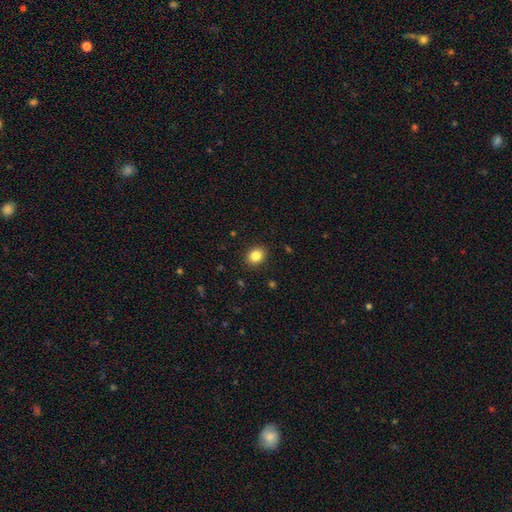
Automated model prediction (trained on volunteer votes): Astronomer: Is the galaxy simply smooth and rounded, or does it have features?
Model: smooth — 84%.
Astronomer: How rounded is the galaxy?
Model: round — 61% (runner-up: in between, 39%).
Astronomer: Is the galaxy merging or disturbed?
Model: none — 90%.